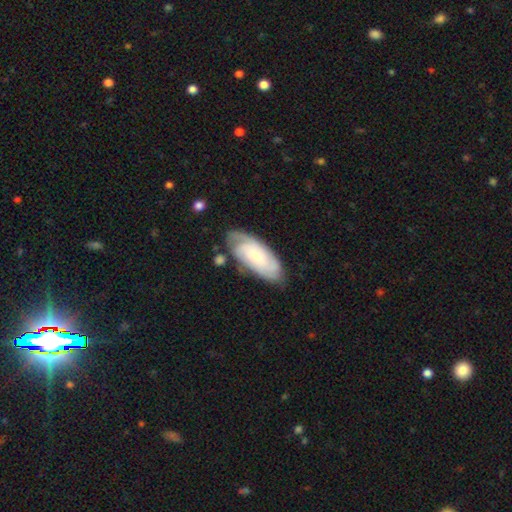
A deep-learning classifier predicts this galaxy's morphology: smooth-or-featured: featured or disk: 63% | smooth: 30% | star or artifact: 6%
  disk-edge-on: no: 92% | yes: 8%
    bar: no: 66% | weak: 28% | strong: 6%
    has-spiral-arms: yes: 92% | no: 8%
      spiral-winding: tight: 62% | medium: 30% | loose: 8%
      spiral-arm-count: can't tell: 36% | 2: 33% | 3: 17% | 4: 6% | 1: 5% | more than 4: 3%
    bulge-size: small: 51% | moderate: 30% | none: 9% | large: 7% | dominant: 2%
  merging: none: 69% | minor disturbance: 21% | major disturbance: 6% | merger: 4%